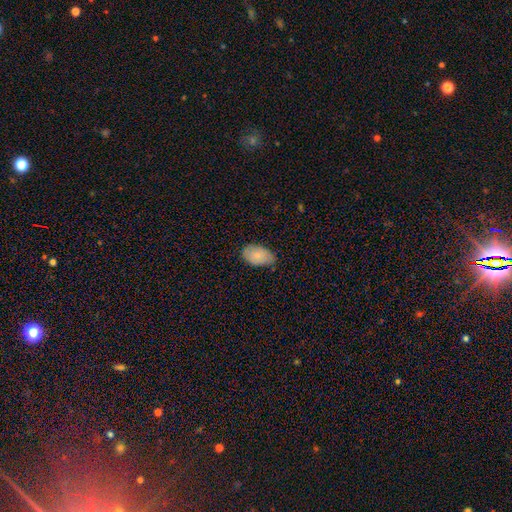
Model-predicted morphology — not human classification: A smooth galaxy with no disk features (83%) that is in between round and cigar-shaped (93%).

Vote fractions:
- Smooth or featured? smooth: 83% / featured or disk: 11% / star or artifact: 6%
- How rounded? in between: 93% / round: 5% / cigar-shaped: 1%
- Merging? none: 69% / minor disturbance: 27% / major disturbance: 3% / merger: 1%